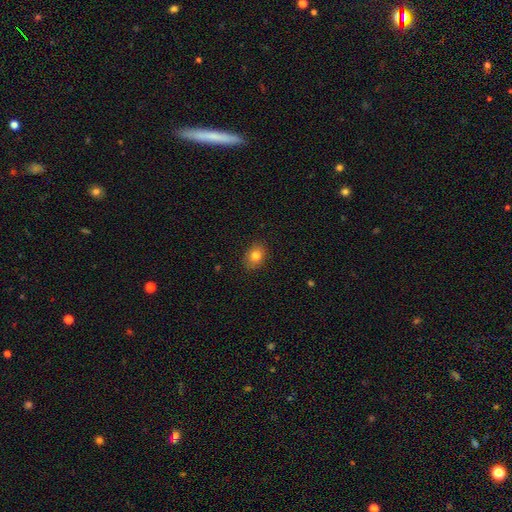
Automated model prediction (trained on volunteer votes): smooth 81%, star or artifact 11%, featured or disk 9%. Down the decision tree: how rounded — in between (61%); merging — none (87%).